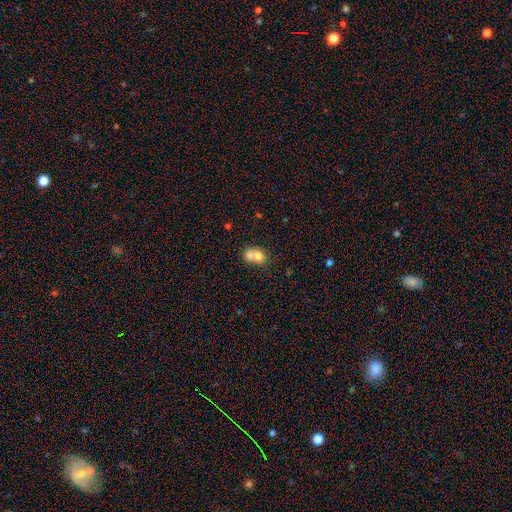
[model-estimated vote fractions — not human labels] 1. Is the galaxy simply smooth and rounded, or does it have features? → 70% smooth, 20% featured or disk, 10% star or artifact.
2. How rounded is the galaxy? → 63% round, 36% in between, 1% cigar-shaped.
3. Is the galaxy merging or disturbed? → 70% merger, 23% none, 5% minor disturbance, 2% major disturbance.